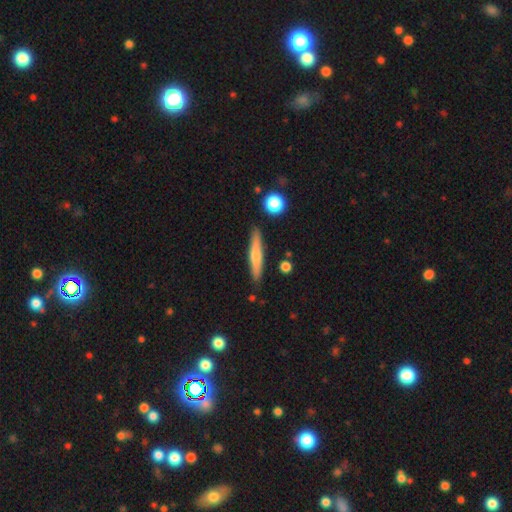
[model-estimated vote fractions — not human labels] Smooth or featured? Predicted: smooth (p=0.50). Merging? Predicted: none (p=0.88).